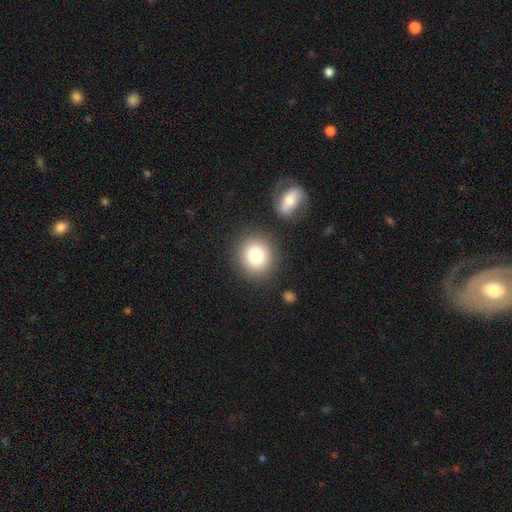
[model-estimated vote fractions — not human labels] This appears to be a smooth galaxy with no disk features (82%) that is round (84%). Merging: none (82%).